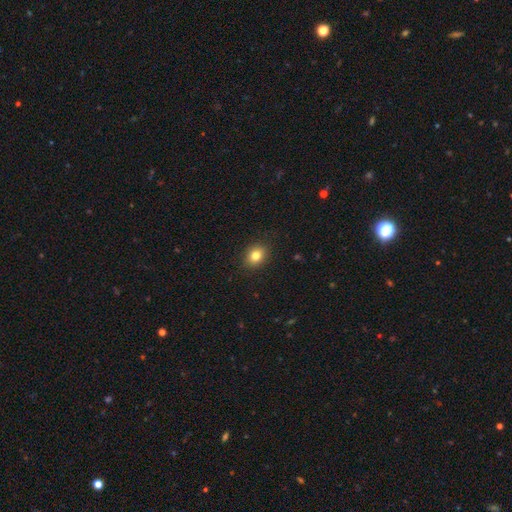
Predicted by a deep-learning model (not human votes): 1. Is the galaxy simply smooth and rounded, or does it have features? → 82% smooth, 11% star or artifact, 7% featured or disk.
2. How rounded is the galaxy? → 52% in between, 47% round, 1% cigar-shaped.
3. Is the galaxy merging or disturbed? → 89% none, 8% minor disturbance, 2% major disturbance, 1% merger.